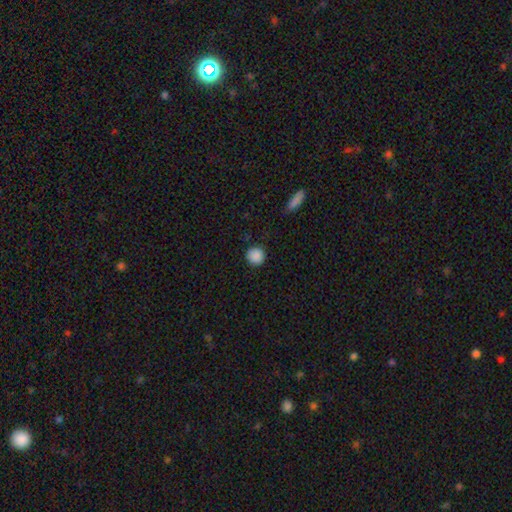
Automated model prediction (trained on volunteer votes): Morphology: type=smooth (88%); roundness=round (93%); merging=none (90%).